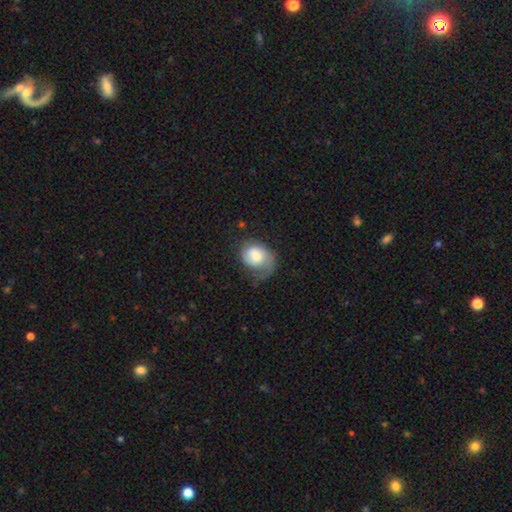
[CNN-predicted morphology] smooth_or_featured: smooth (p=0.54) [alt: featured or disk p=0.39]
how_rounded: in between (p=0.55) [alt: round p=0.44]
merging: major disturbance (p=0.35) [alt: none p=0.33]